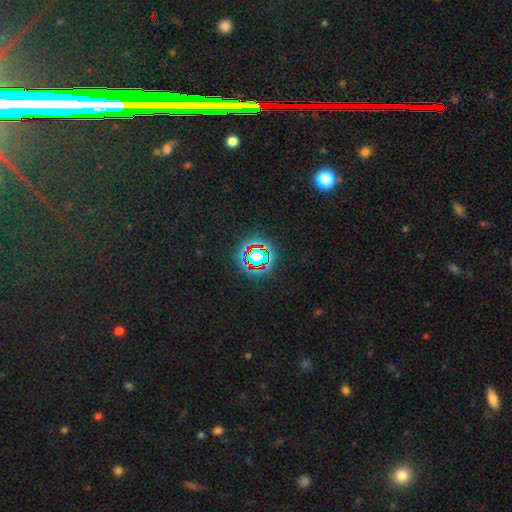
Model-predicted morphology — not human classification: The model was most divided on "smooth or featured": star or artifact: 63%, smooth: 25%, featured or disk: 12%.